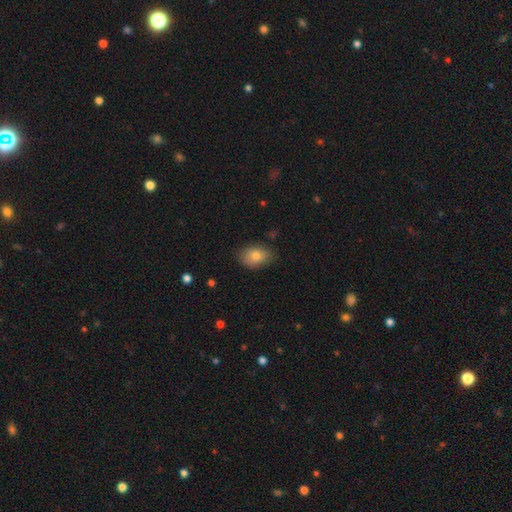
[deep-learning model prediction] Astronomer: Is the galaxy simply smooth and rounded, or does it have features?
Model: smooth — 79%.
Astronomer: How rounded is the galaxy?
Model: in between — 81%.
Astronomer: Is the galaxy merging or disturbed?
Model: none — 80%.